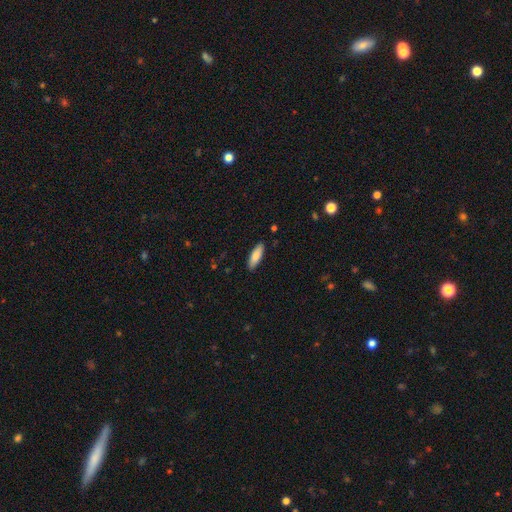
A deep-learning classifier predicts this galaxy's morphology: Smooth or featured? smooth (83%)
How rounded? in between (55%)
Merging? none (88%)